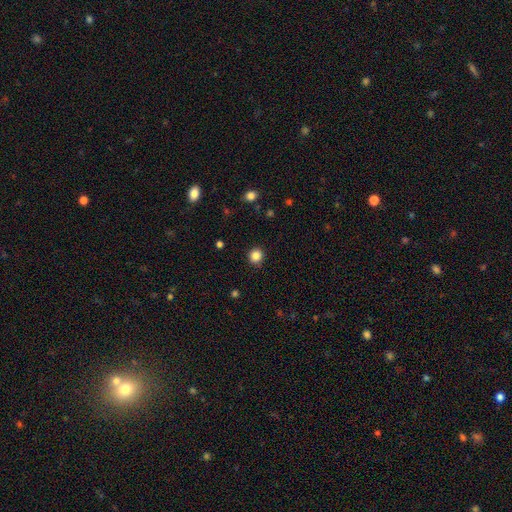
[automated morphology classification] The model was most divided on "smooth or featured": smooth: 85%, star or artifact: 11%, featured or disk: 4%. More confident: how rounded — round (91%); merging — none (90%).